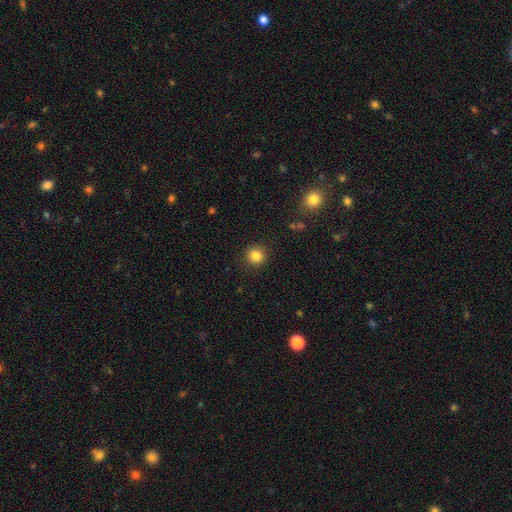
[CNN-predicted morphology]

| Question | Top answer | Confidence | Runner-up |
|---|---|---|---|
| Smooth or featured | smooth | 84% | star or artifact (11%) |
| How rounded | round | 93% | in between (6%) |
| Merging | none | 91% | minor disturbance (6%) |